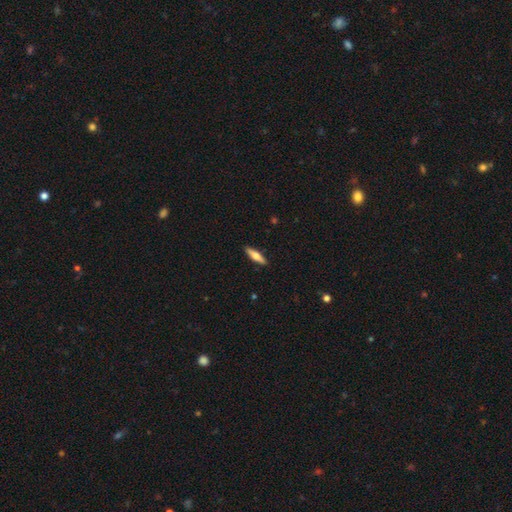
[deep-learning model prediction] This appears to be a smooth galaxy with no disk features (55%) that is cigar-shaped (72%). Merging: none (90%).